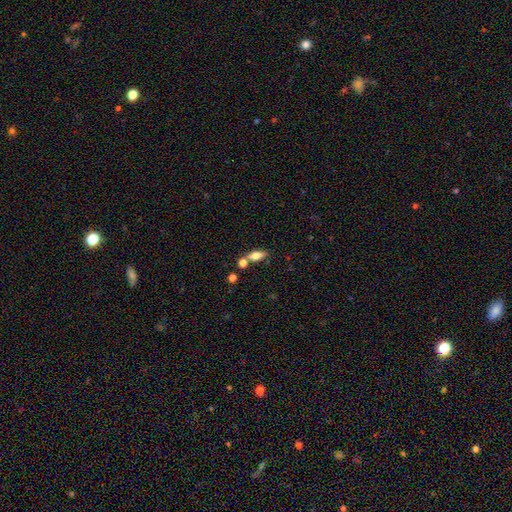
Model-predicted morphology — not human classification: Overall: smooth (66%). How rounded: in between (69%). Merging: none (64%).